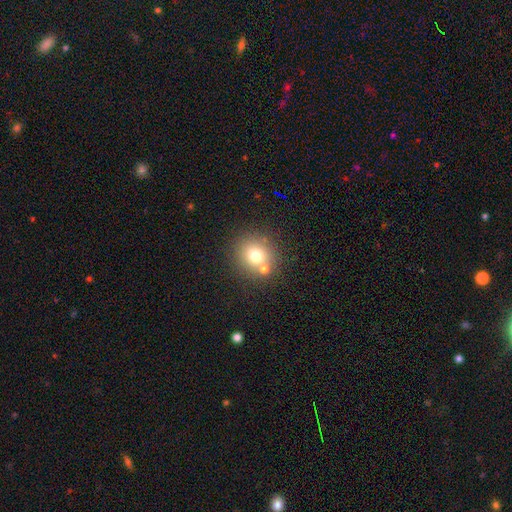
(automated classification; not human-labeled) Morphology: type=smooth (71%); roundness=round (87%); merging=none (71%).